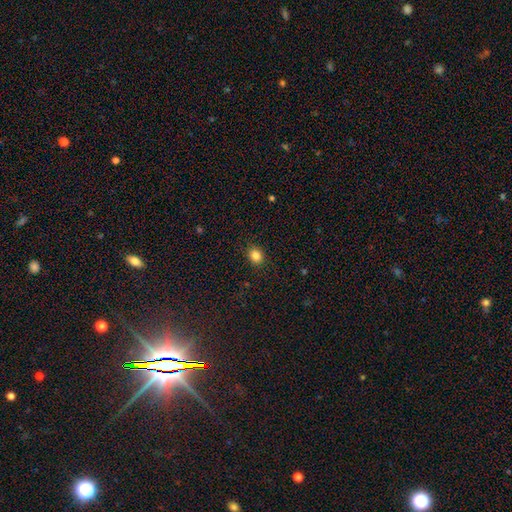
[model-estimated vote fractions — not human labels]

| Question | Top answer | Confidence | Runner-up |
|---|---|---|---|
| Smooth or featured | smooth | 85% | star or artifact (11%) |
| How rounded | round | 57% | in between (42%) |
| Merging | none | 89% | minor disturbance (8%) |